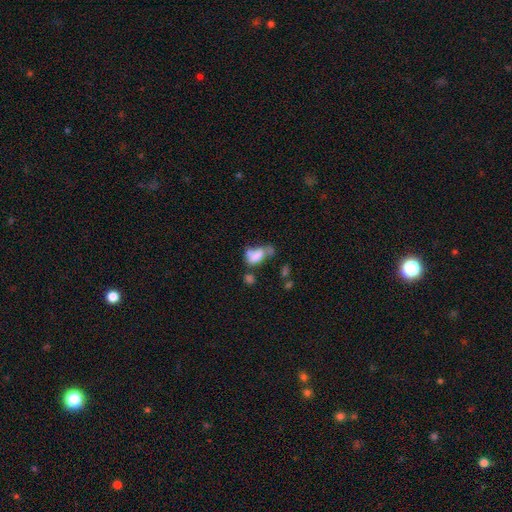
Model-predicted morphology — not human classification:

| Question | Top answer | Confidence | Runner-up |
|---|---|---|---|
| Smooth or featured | smooth | 61% | featured or disk (27%) |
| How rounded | in between | 86% | round (9%) |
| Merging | merger | 34% | major disturbance (29%) |